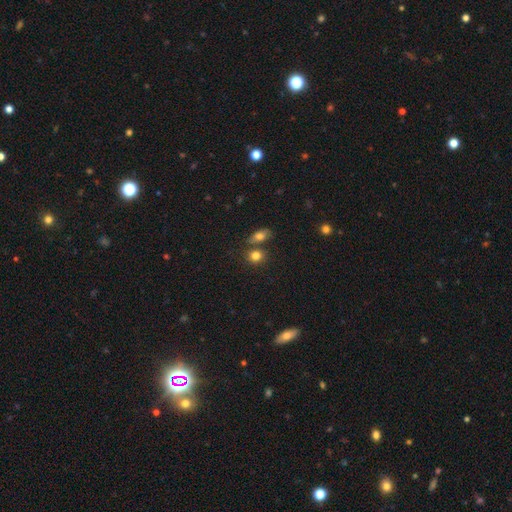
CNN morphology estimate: type=smooth (80%); roundness=round (60%); merging=none (59%).